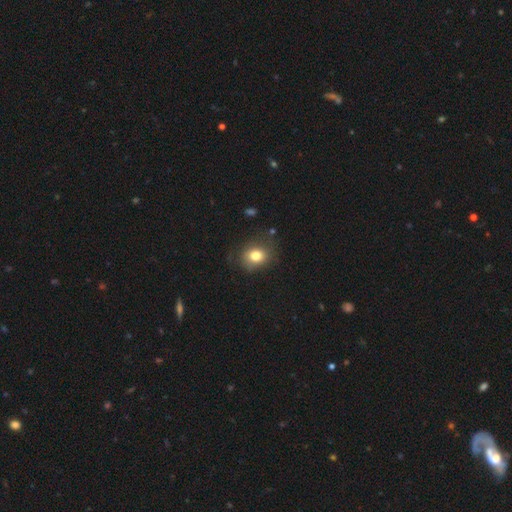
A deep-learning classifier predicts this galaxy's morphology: Smooth or featured? Predicted: smooth (p=0.79). How rounded? Predicted: round (p=0.56). Merging? Predicted: none (p=0.74).